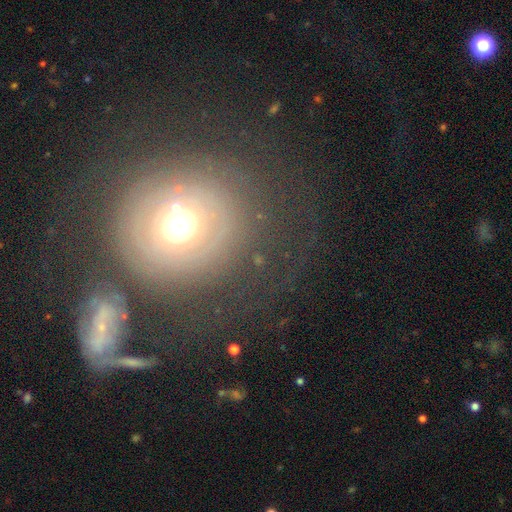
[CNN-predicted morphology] smooth 42%, featured or disk 41%, star or artifact 17%. Down the decision tree: merging — none (63%).